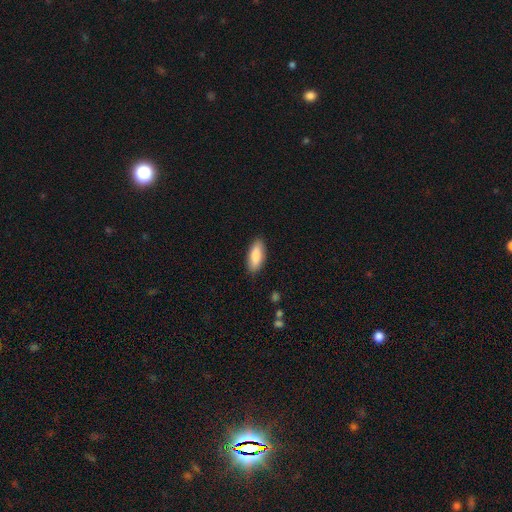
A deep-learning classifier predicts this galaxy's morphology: Smooth or featured? Predicted: smooth (p=0.85). How rounded? Predicted: in between (p=0.75). Merging? Predicted: none (p=0.87).